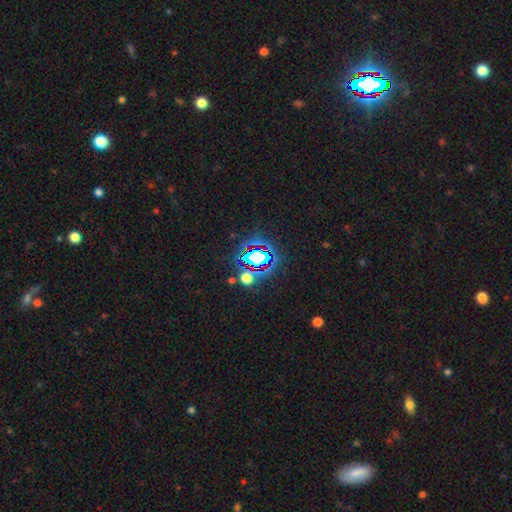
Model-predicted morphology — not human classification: smooth_or_featured: star or artifact (p=0.82) [alt: smooth p=0.11]